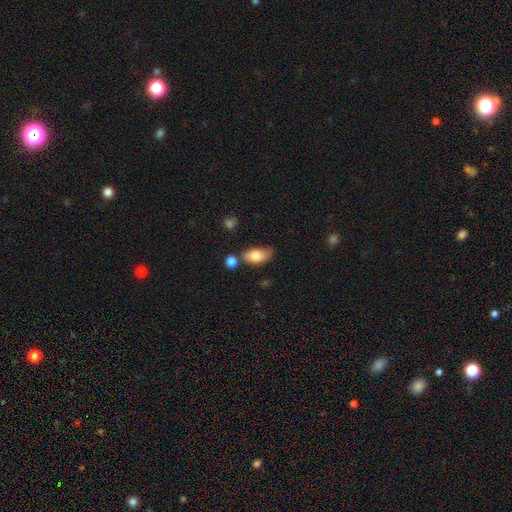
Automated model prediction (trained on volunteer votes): Q: Smooth or featured?
A: smooth (79%); runner-up: featured or disk (13%)
Q: How rounded?
A: in between (90%); runner-up: round (6%)
Q: Merging?
A: none (54%); runner-up: minor disturbance (28%)